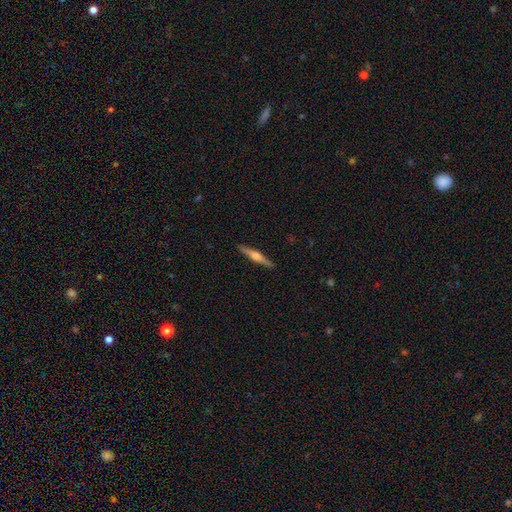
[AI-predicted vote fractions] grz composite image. It shows a featured or disk galaxy (69%) viewed edge-on (98%) with a rounded central bulge (83%). Merging: none (91%).